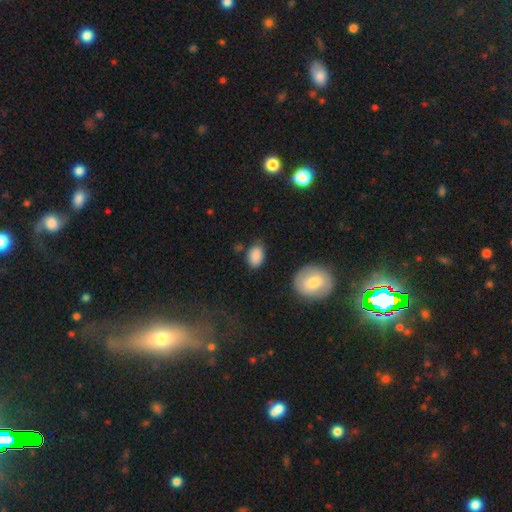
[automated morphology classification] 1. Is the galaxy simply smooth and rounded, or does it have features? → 87% smooth, 8% star or artifact, 5% featured or disk.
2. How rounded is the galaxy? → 86% in between, 13% round, 1% cigar-shaped.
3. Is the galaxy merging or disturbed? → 72% none, 21% minor disturbance, 5% major disturbance, 3% merger.